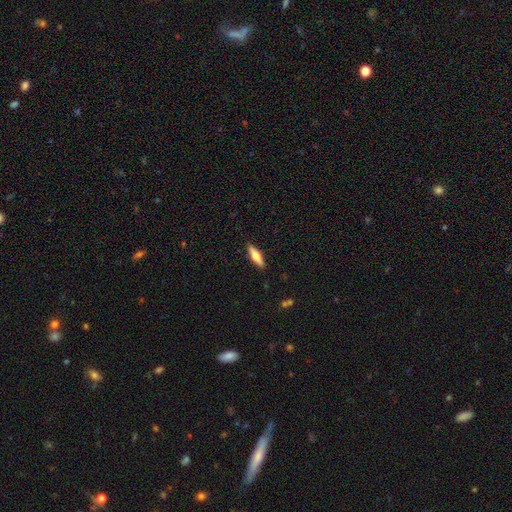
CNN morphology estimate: Smooth or featured? Predicted: smooth (p=0.59). How rounded? Predicted: cigar-shaped (p=0.60). Merging? Predicted: none (p=0.89).